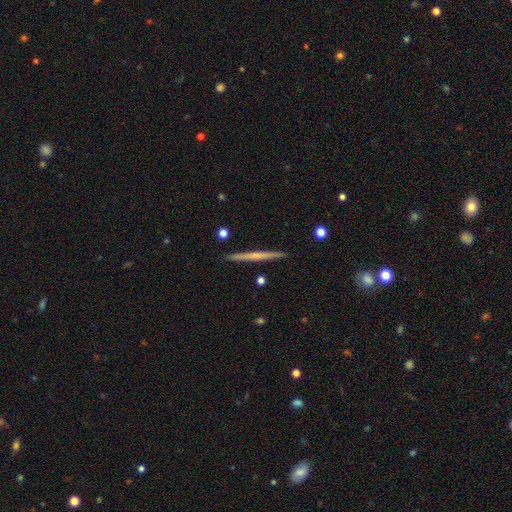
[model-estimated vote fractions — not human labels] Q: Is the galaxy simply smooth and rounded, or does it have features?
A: featured or disk — 58%.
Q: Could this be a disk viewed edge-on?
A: yes — 98%.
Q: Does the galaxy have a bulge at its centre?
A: none — 73%.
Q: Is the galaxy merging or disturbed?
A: none — 92%.